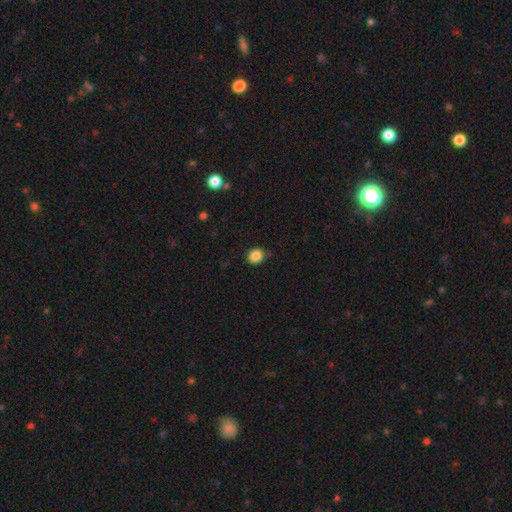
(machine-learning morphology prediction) smooth_or_featured: smooth (p=0.85) [alt: star or artifact p=0.11]
how_rounded: round (p=0.79) [alt: in between p=0.20]
merging: none (p=0.79) [alt: minor disturbance p=0.16]